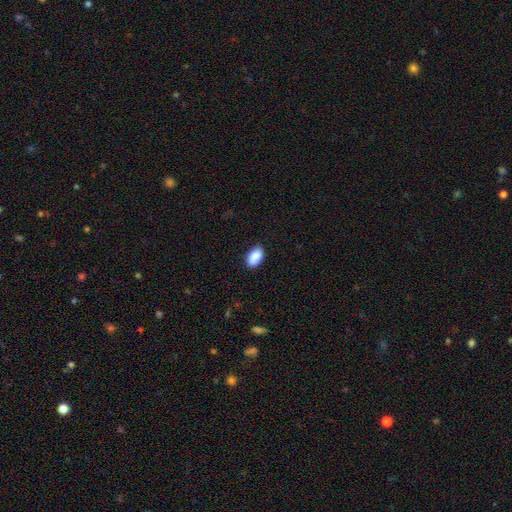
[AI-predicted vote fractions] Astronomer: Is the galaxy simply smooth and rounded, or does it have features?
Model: smooth — 88%.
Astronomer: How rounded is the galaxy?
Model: in between — 93%.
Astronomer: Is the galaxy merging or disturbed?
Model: none — 87%.